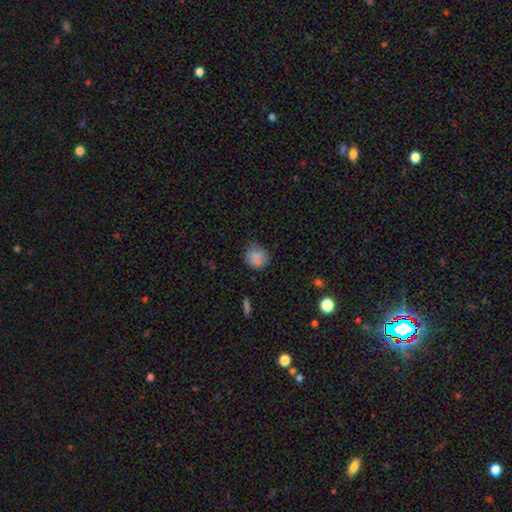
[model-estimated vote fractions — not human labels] Overall: smooth (84%). How rounded: round (84%). Merging: none (71%).